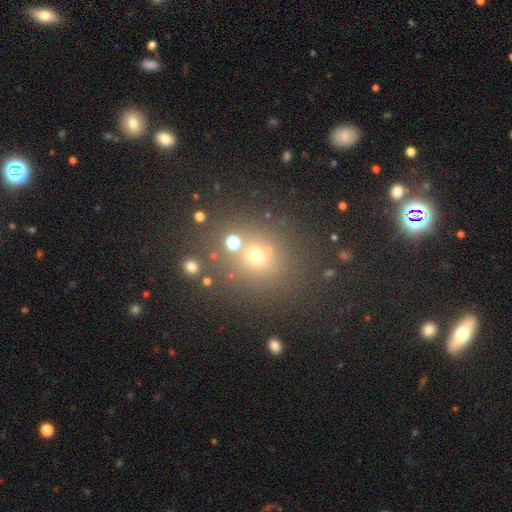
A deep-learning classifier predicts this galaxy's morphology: smooth 54%, star or artifact 33%, featured or disk 13%. Down the decision tree: how rounded — round (77%); merging — none (69%).